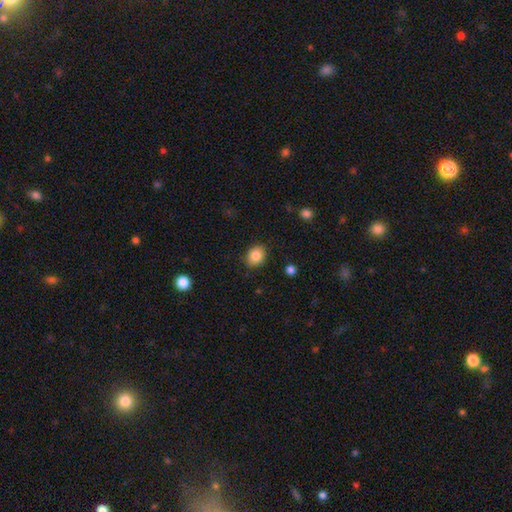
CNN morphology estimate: Smooth or featured? smooth (85%)
How rounded? in between (51%)
Merging? none (86%)